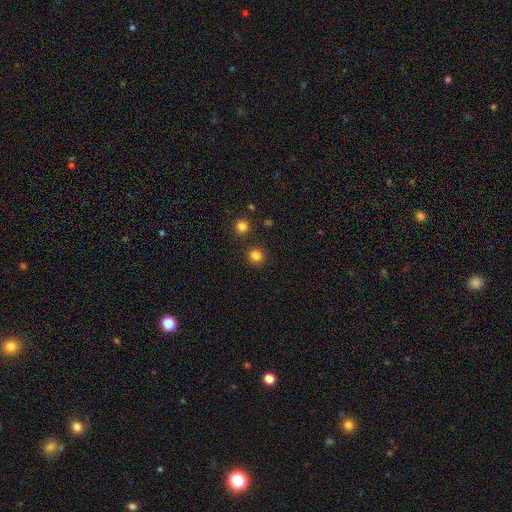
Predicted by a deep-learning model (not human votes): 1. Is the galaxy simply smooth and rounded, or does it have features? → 83% smooth, 14% star or artifact, 4% featured or disk.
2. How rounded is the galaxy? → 94% round, 5% in between, 1% cigar-shaped.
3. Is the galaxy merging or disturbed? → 90% none, 5% minor disturbance, 3% merger, 2% major disturbance.